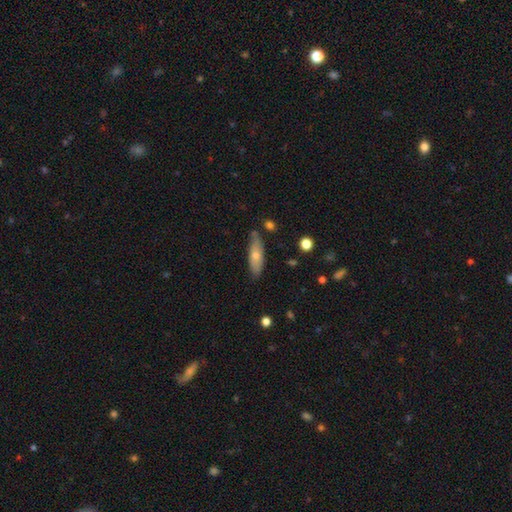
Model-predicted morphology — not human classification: A smooth galaxy with no disk features (65%) that is in between round and cigar-shaped (52%). Merging: none (73%).